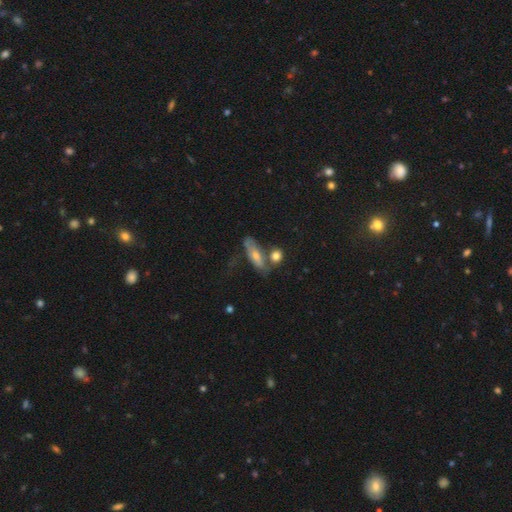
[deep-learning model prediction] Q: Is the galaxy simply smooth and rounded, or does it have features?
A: smooth — 55%.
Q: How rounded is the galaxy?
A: in between — 54%.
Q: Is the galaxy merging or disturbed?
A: none — 45%.